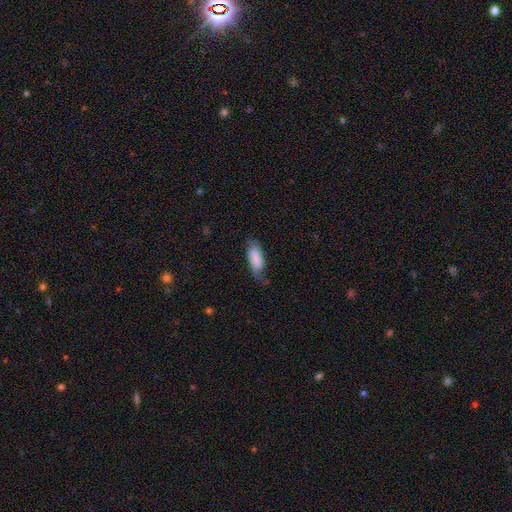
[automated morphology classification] A smooth galaxy with no disk features (74%) that is in between round and cigar-shaped (76%). Merging: none (50%).